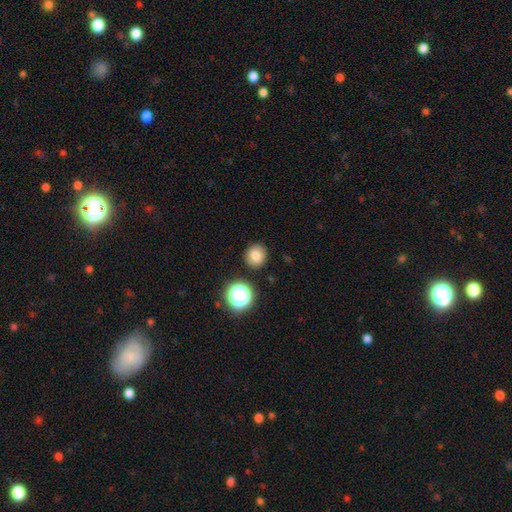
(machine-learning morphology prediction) Q: Smooth or featured?
A: smooth (80%); runner-up: star or artifact (13%)
Q: How rounded?
A: round (88%); runner-up: in between (11%)
Q: Merging?
A: none (88%); runner-up: minor disturbance (7%)